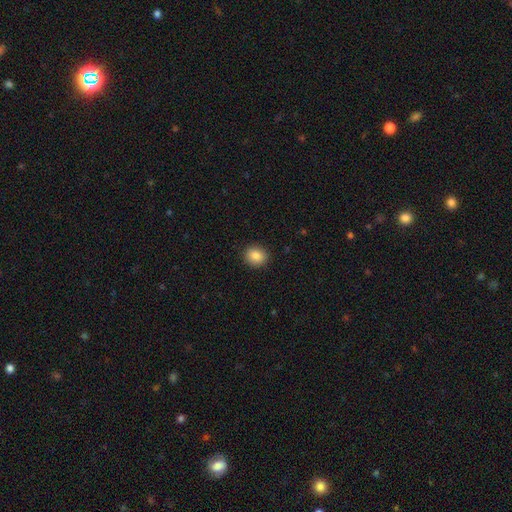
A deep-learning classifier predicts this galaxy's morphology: Smooth or featured?
  - smooth: 85% *
  - star or artifact: 9%
  - featured or disk: 5%
How rounded?
  - round: 78% *
  - in between: 21%
  - cigar-shaped: 1%
Merging?
  - none: 91% *
  - minor disturbance: 6%
  - major disturbance: 2%
  - merger: 1%